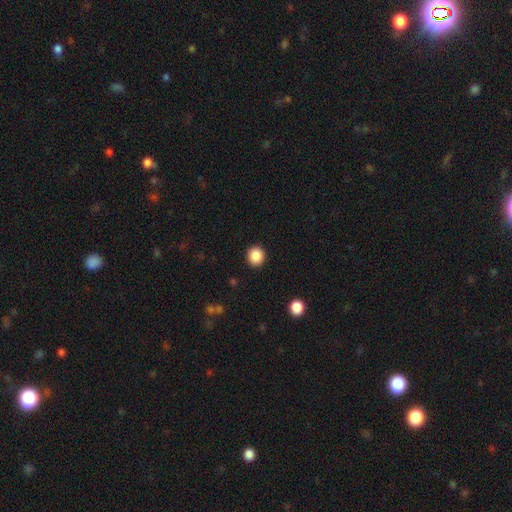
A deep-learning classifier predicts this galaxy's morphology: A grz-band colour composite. It shows a smooth galaxy with no disk features (88%) that is round (86%). Merging: none (92%).